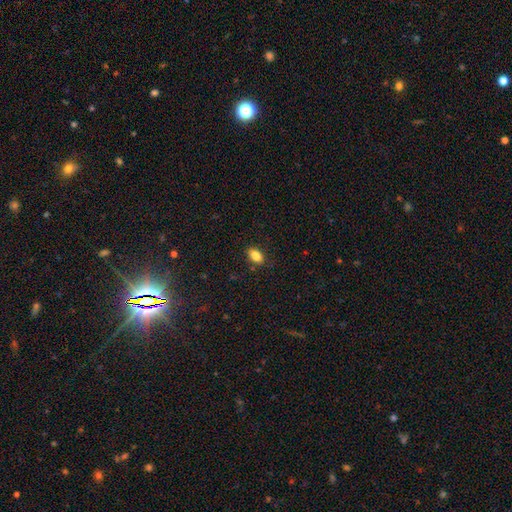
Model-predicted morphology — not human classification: type=smooth (85%); roundness=in between (89%); merging=none (87%).